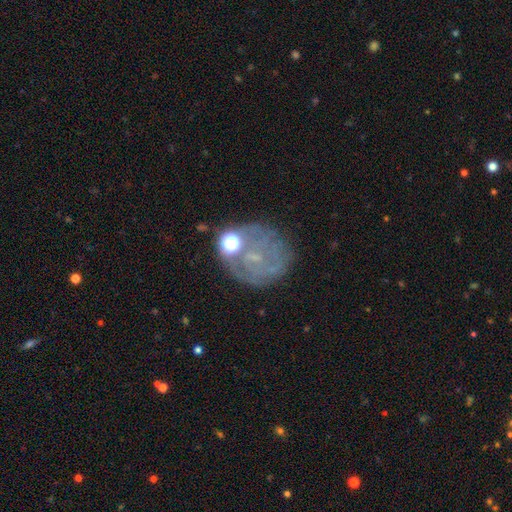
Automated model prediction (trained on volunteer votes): Smooth or featured? Predicted: featured or disk (p=0.47). Merging? Predicted: none (p=0.61).